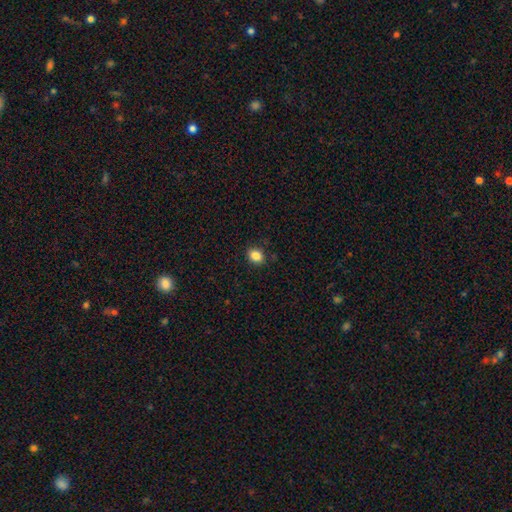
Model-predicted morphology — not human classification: Smooth or featured? Predicted: smooth (p=0.85). How rounded? Predicted: in between (p=0.50). Merging? Predicted: none (p=0.88).